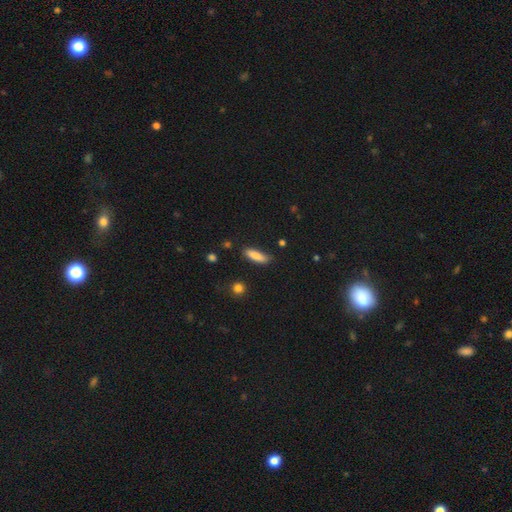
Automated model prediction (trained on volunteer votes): This appears to be a smooth galaxy with no disk features (82%) that is cigar-shaped (59%). Merging: none (77%).